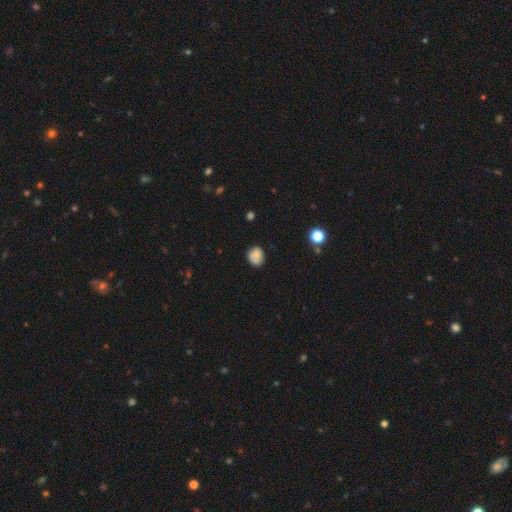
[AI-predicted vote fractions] smooth 80%, featured or disk 10%, star or artifact 10%. Down the decision tree: how rounded — round (62%); merging — none (68%).